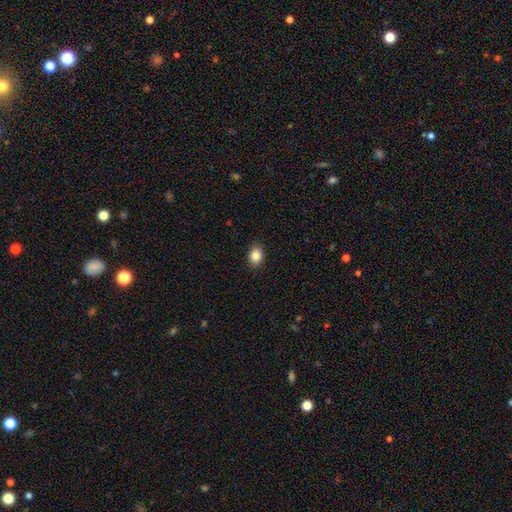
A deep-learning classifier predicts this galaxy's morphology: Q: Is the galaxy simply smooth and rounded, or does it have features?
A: smooth — 85%.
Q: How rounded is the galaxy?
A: in between — 71%.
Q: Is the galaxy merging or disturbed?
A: none — 89%.